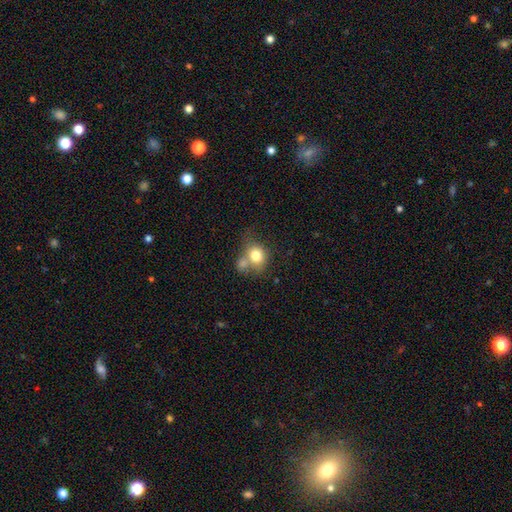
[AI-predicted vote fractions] Overall: smooth (77%). How rounded: round (69%; in between 30%). Merging: merger (43%; none 36%).